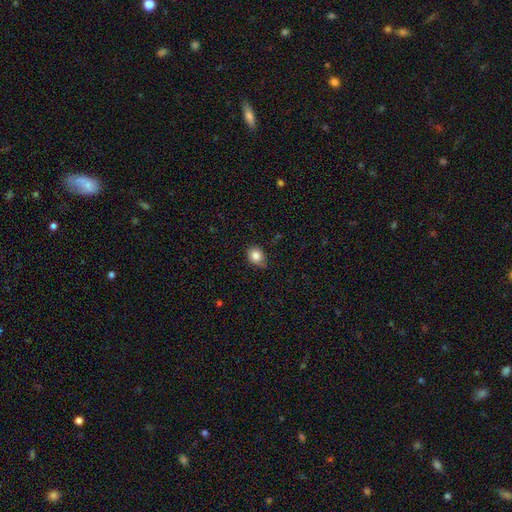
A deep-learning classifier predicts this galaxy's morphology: Smooth or featured? Predicted: smooth (p=0.83). How rounded? Predicted: round (p=0.57). Merging? Predicted: none (p=0.70).